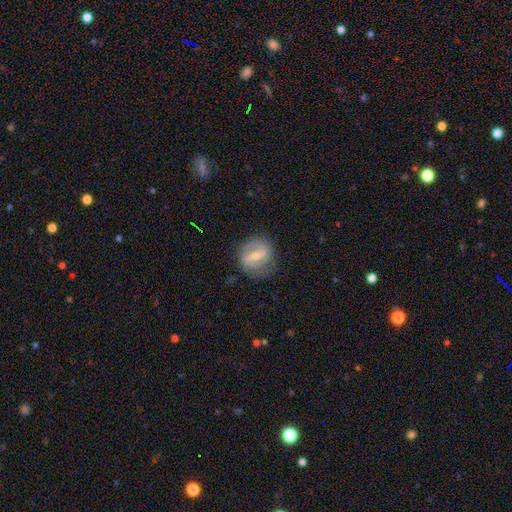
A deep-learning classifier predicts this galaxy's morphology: Overall: featured or disk (72%). Edge-on disk: no (95%). Bar: strong (56%; weak 35%). Spiral arms: yes (76%). Spiral arm count: 2 (79%). Spiral winding: medium (45%; loose 28%). Bulge size: small (47%; moderate 45%). Merging: none (75%).